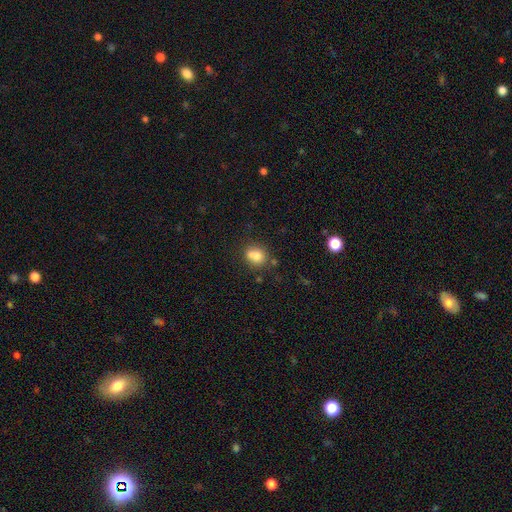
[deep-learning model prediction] This appears to be a smooth galaxy with no disk features (76%) that is round (66%). Merging: none (54%).